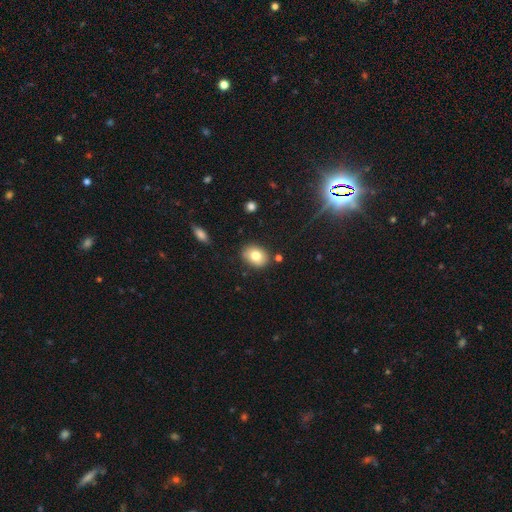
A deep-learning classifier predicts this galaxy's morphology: smooth_or_featured: smooth (p=0.77) [alt: featured or disk p=0.14]
how_rounded: in between (p=0.66) [alt: round p=0.33]
merging: none (p=0.83) [alt: minor disturbance p=0.11]